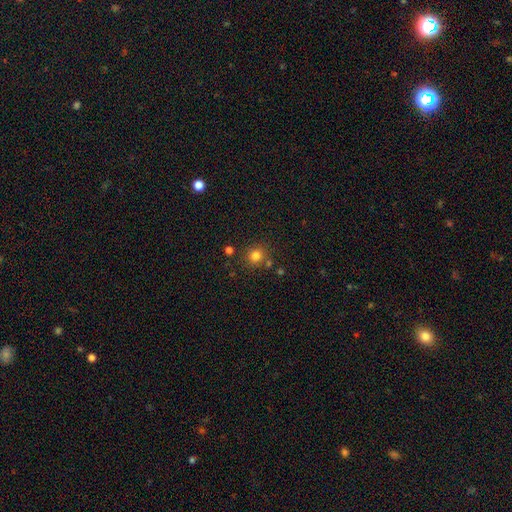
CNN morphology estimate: Smooth or featured: smooth — 80% (star or artifact — 14%)
How rounded: round — 89% (in between — 11%)
Merging: none — 79% (minor disturbance — 9%)